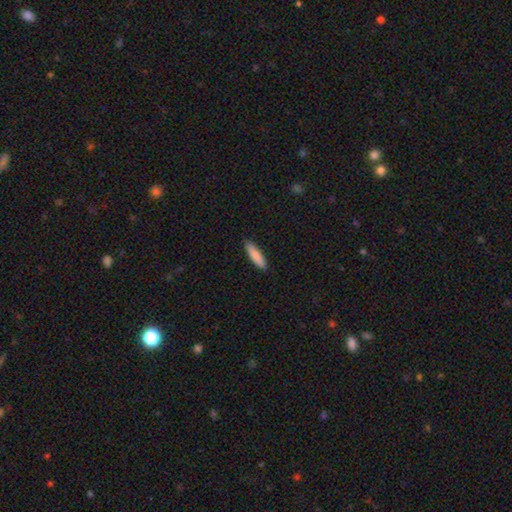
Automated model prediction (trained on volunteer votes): Smooth or featured?
  - smooth: 86% *
  - featured or disk: 8%
  - star or artifact: 6%
How rounded?
  - cigar-shaped: 72% *
  - in between: 26%
  - round: 1%
Merging?
  - none: 90% *
  - minor disturbance: 8%
  - major disturbance: 2%
  - merger: 1%